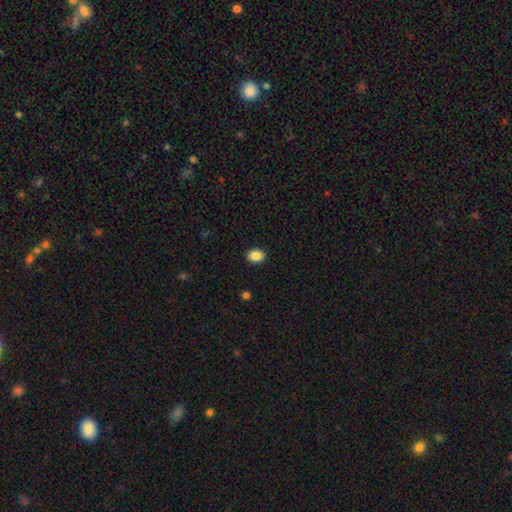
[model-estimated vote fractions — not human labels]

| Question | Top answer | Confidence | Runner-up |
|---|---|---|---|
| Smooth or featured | smooth | 87% | star or artifact (8%) |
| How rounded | in between | 71% | round (28%) |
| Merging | none | 90% | minor disturbance (7%) |